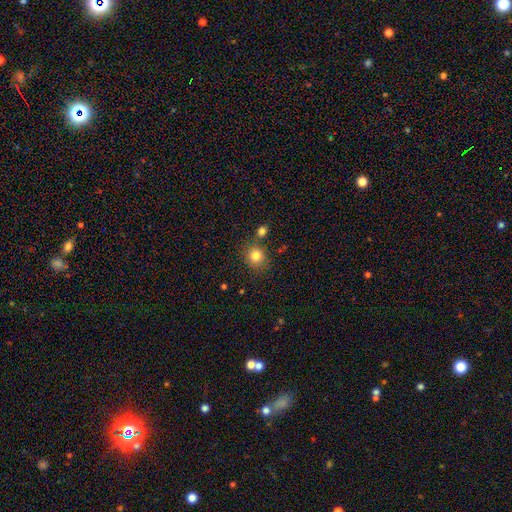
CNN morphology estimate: Smooth or featured? Predicted: smooth (p=0.82). How rounded? Predicted: round (p=0.80). Merging? Predicted: none (p=0.75).